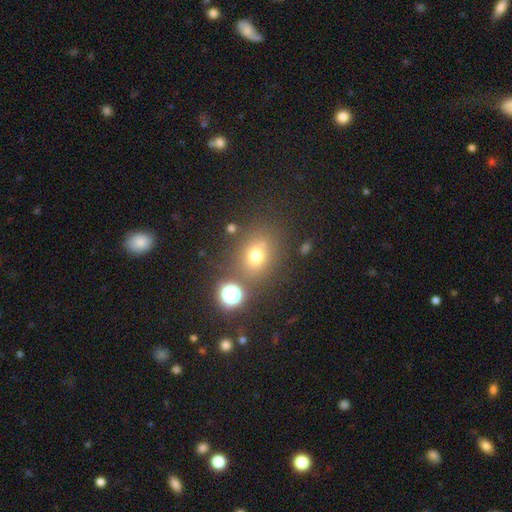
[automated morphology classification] Smooth or featured?
  - smooth: 69% *
  - star or artifact: 20%
  - featured or disk: 11%
How rounded?
  - round: 60% *
  - in between: 39%
  - cigar-shaped: 1%
Merging?
  - none: 73% *
  - minor disturbance: 13%
  - merger: 8%
  - major disturbance: 6%